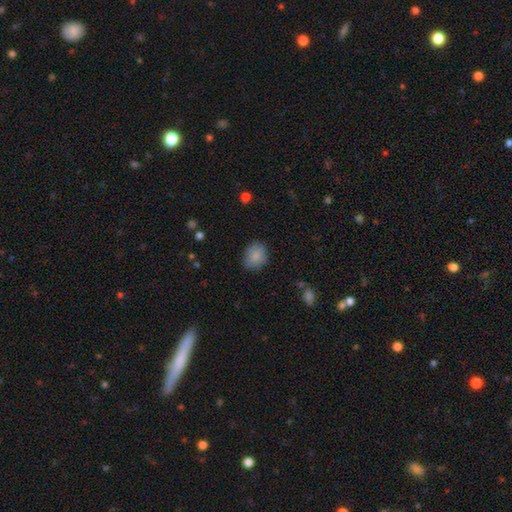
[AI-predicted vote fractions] Q: Smooth or featured?
A: smooth (86%); runner-up: star or artifact (7%)
Q: How rounded?
A: in between (54%); runner-up: round (45%)
Q: Merging?
A: none (81%); runner-up: minor disturbance (14%)